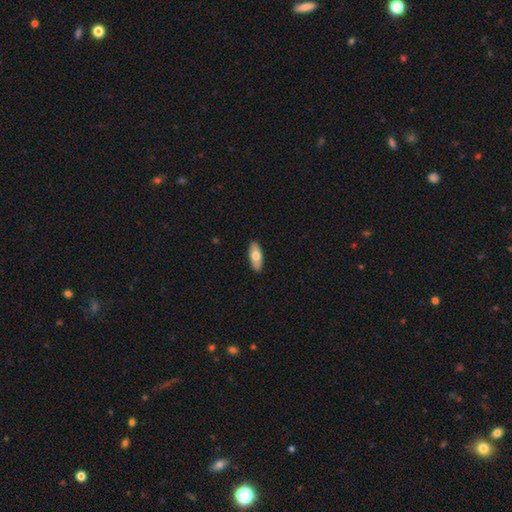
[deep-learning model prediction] Q: Smooth or featured?
A: smooth (70%); runner-up: featured or disk (25%)
Q: How rounded?
A: in between (81%); runner-up: cigar-shaped (17%)
Q: Merging?
A: none (89%); runner-up: minor disturbance (8%)